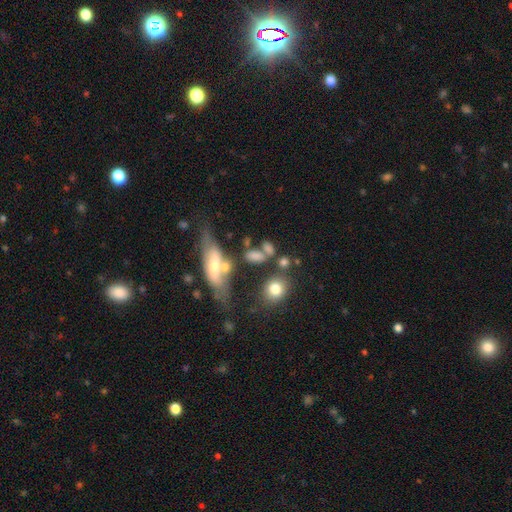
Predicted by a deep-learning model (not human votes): Smooth or featured: smooth — 57% (featured or disk — 29%)
How rounded: in between — 58% (round — 21%)
Merging: none — 41% (merger — 29%)